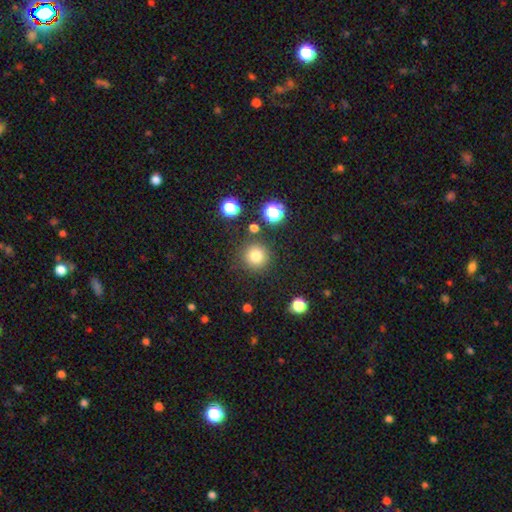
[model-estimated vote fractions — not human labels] smooth_or_featured: smooth (p=0.78) [alt: star or artifact p=0.15]
how_rounded: round (p=0.95) [alt: in between p=0.04]
merging: none (p=0.86) [alt: minor disturbance p=0.07]